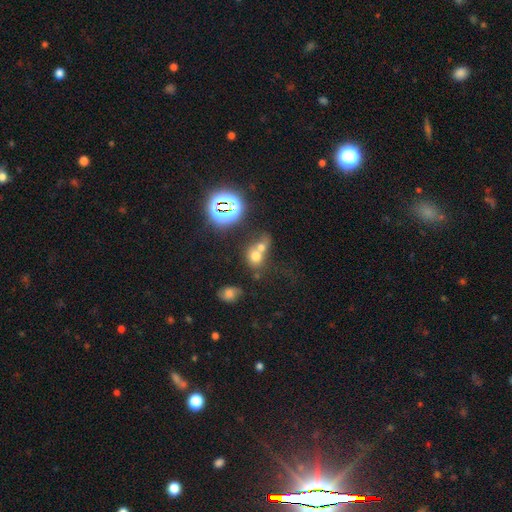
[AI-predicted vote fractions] A smooth galaxy with no disk features (61%) that is round (64%).

Vote fractions:
- Smooth or featured? smooth: 61% / star or artifact: 23% / featured or disk: 16%
- How rounded? round: 64% / in between: 34% / cigar-shaped: 1%
- Merging? merger: 61% / none: 27% / minor disturbance: 7% / major disturbance: 5%